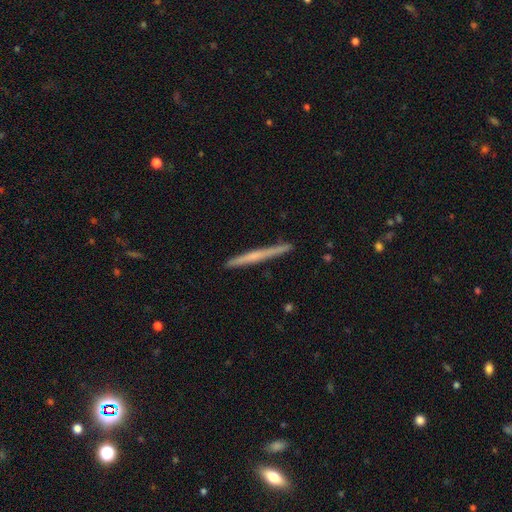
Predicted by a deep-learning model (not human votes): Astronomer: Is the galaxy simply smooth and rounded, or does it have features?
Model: featured or disk — 54% (runner-up: smooth, 40%).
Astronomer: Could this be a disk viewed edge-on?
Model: yes — 98%.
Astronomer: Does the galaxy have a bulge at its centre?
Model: none — 65%.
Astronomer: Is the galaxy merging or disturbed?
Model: none — 91%.